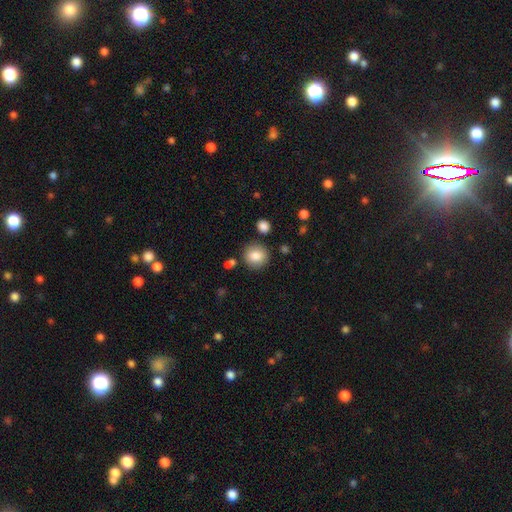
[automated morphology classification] A smooth galaxy with no disk features (83%) that is round (88%). Merging: none (85%).